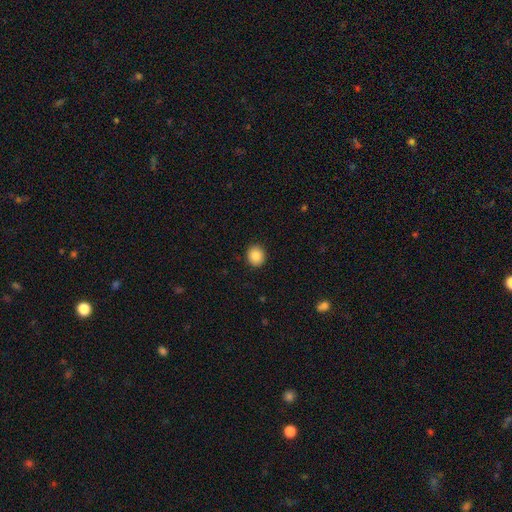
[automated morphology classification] This is clearly a smooth galaxy (87%). How rounded: likely round (79%). Merging: clearly none (91%).